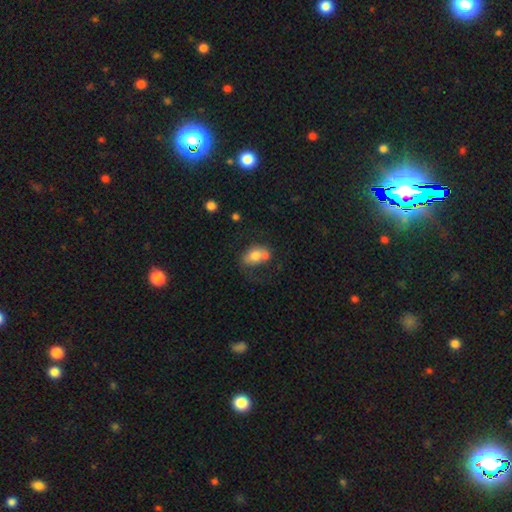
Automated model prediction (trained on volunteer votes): Morphology: type=smooth (68%); roundness=in between (73%); merging=merger (38%).